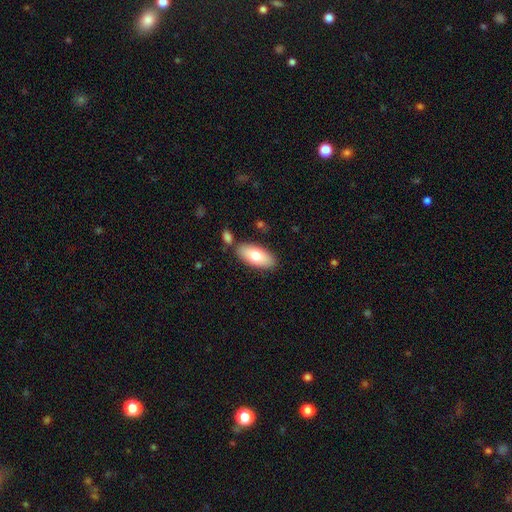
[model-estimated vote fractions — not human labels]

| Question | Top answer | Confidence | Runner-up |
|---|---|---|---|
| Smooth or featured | smooth | 75% | featured or disk (19%) |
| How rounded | in between | 88% | cigar-shaped (10%) |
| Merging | none | 81% | minor disturbance (10%) |